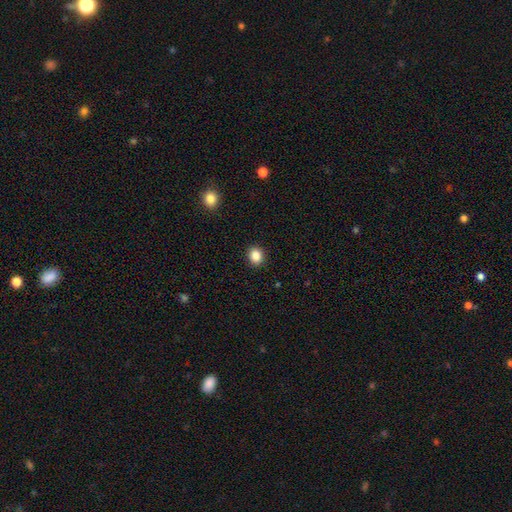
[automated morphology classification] type=smooth (86%); roundness=round (69%); merging=none (91%).